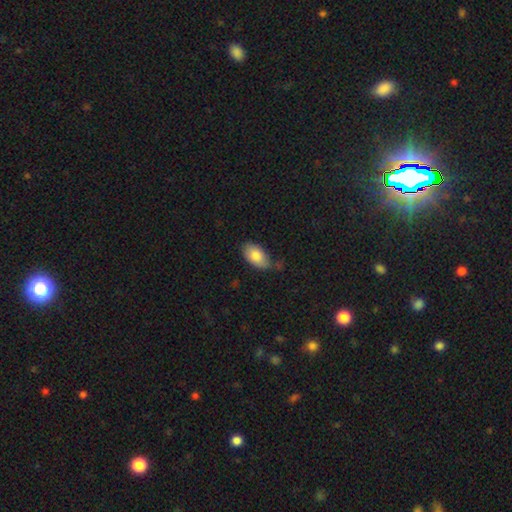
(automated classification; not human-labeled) Smooth or featured? Predicted: smooth (p=0.81). How rounded? Predicted: in between (p=0.94). Merging? Predicted: none (p=0.63).